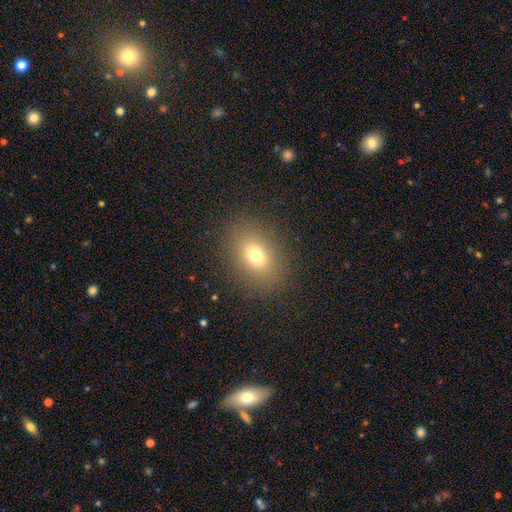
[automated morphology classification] A smooth galaxy with no disk features (72%) that is in between round and cigar-shaped (72%). Merging: none (86%).